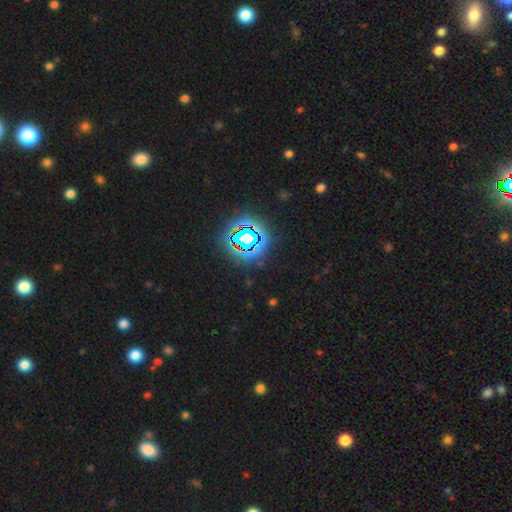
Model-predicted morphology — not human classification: Smooth or featured? Predicted: star or artifact (p=0.84).